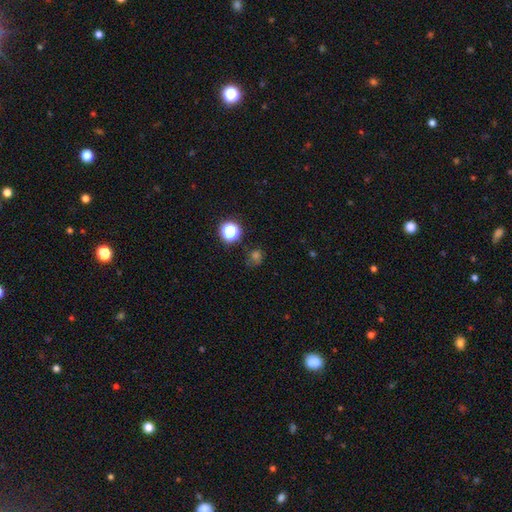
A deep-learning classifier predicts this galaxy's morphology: type=smooth (53%); roundness=round (78%); merging=none (74%).